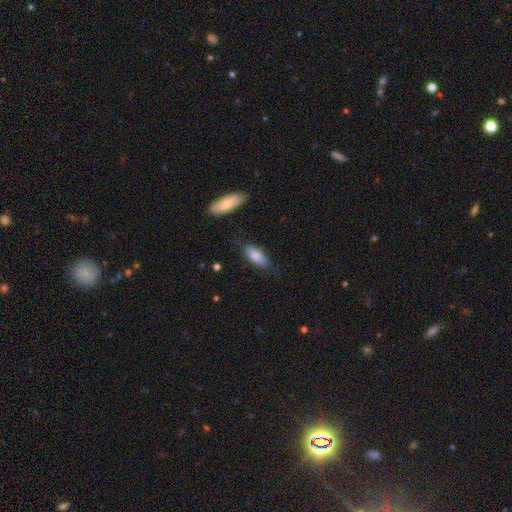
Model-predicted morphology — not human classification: Smooth or featured? smooth (80%)
How rounded? in between (81%)
Merging? none (70%)